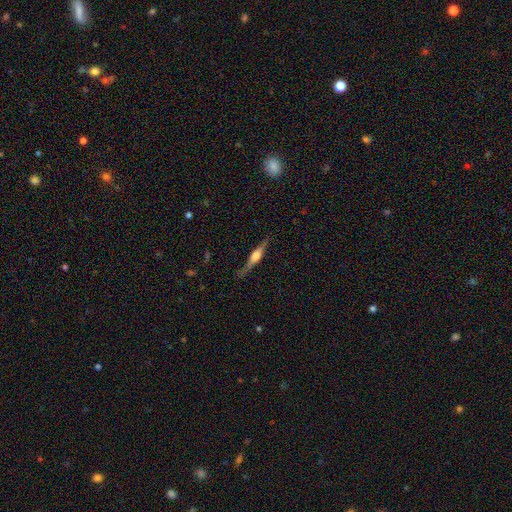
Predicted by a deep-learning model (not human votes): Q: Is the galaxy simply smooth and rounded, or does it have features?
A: featured or disk — 75%.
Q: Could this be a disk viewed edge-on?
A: yes — 97%.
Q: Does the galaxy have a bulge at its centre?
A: rounded — 83%.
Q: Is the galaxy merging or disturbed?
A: none — 83%.